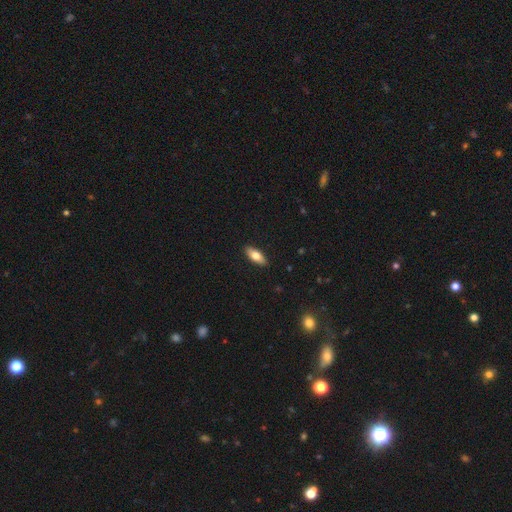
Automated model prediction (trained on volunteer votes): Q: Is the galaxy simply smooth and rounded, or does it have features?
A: smooth — 73%.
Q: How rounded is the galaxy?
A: in between — 75%.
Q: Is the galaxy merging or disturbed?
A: none — 90%.